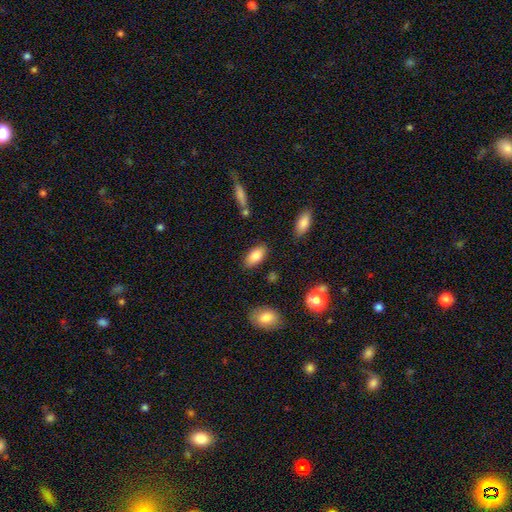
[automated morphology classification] smooth 83%, featured or disk 9%, star or artifact 7%. Down the decision tree: how rounded — in between (91%); merging — none (84%).